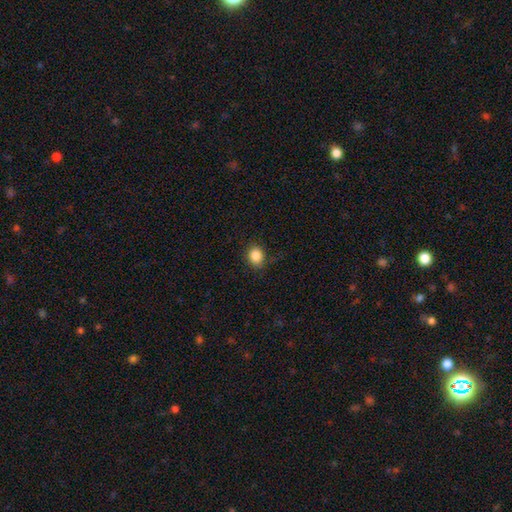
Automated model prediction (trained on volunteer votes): smooth-or-featured: smooth: 86% | star or artifact: 10% | featured or disk: 4%
  how-rounded: round: 67% | in between: 32% | cigar-shaped: 1%
  merging: none: 85% | minor disturbance: 11% | major disturbance: 3% | merger: 1%